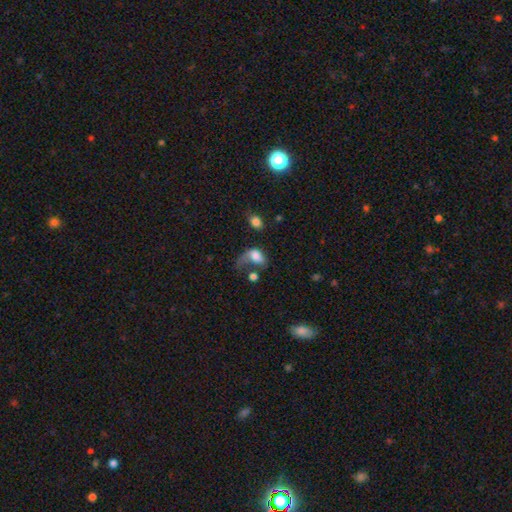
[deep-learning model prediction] Smooth or featured? smooth (66%)
How rounded? in between (79%)
Merging? major disturbance (54%)